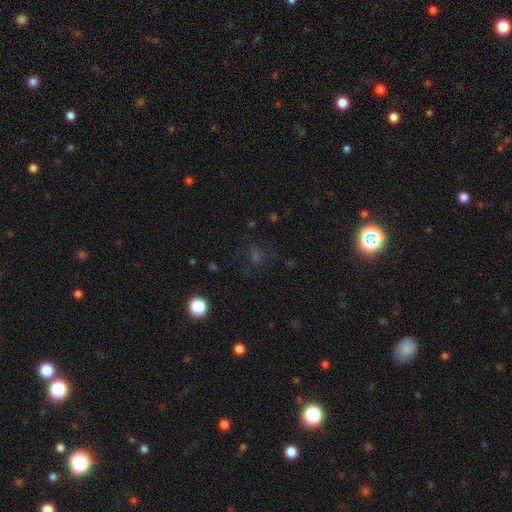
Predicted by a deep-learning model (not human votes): star or artifact 51%, smooth 36%, featured or disk 13%.